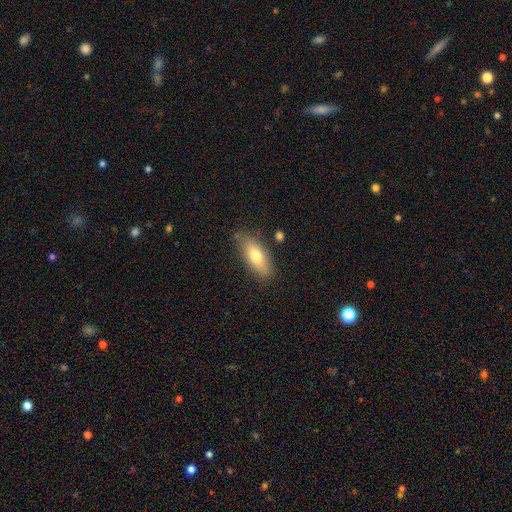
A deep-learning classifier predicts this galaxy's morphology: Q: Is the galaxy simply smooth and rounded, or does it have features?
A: smooth — 73%.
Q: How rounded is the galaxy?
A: in between — 75%.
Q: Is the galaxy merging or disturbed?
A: none — 80%.